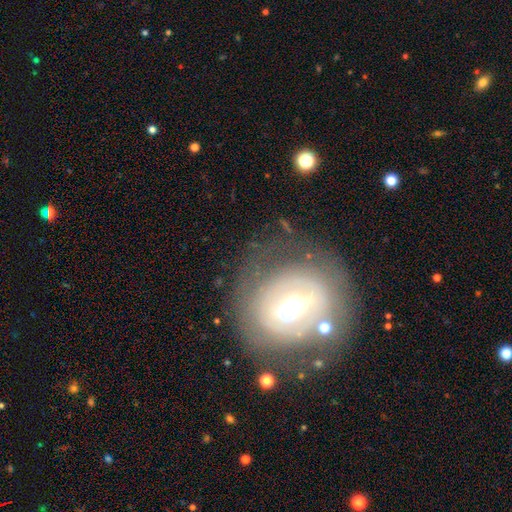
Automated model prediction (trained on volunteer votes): Smooth or featured: featured or disk — 68% (smooth — 21%)
Edge-on disk: no — 92% (yes — 8%)
Bar: weak — 38% (tied with strong — 38%)
Spiral arms: no — 53% (yes — 47%)
Bulge size: moderate — 58% (small — 27%)
Merging: none — 66% (minor disturbance — 16%)